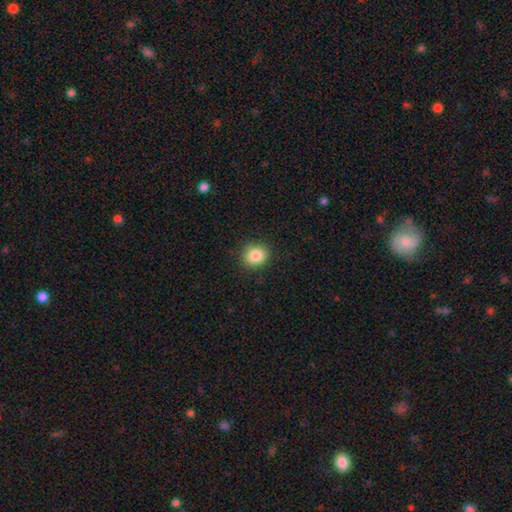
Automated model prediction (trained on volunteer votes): smooth 85%, star or artifact 10%, featured or disk 5%. Down the decision tree: how rounded — round (81%); merging — none (88%).